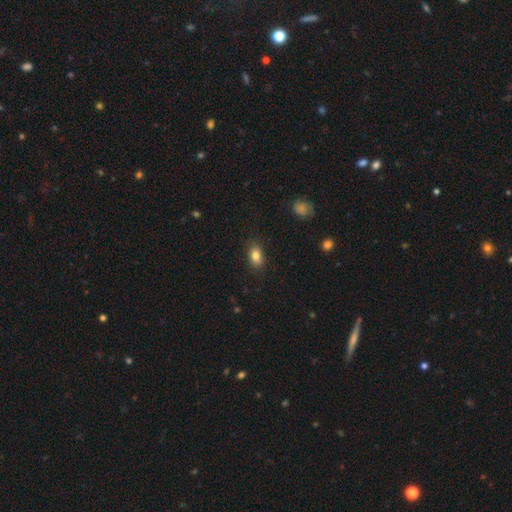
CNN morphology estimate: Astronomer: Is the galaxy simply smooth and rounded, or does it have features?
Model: smooth — 83%.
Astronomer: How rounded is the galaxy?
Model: in between — 84%.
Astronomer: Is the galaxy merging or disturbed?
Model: none — 83%.